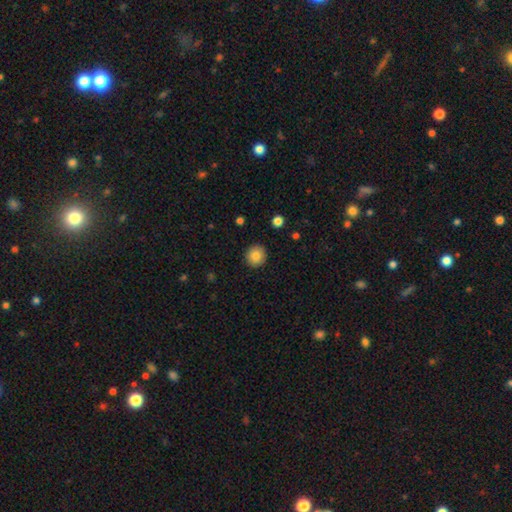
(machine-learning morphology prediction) Smooth or featured? smooth (85%)
How rounded? round (91%)
Merging? none (91%)